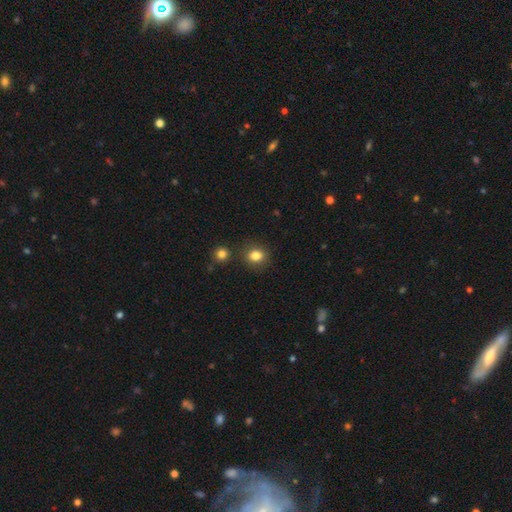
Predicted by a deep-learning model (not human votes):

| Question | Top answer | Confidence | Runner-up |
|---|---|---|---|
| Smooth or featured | smooth | 83% | star or artifact (11%) |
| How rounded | round | 71% | in between (28%) |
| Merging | none | 84% | minor disturbance (9%) |